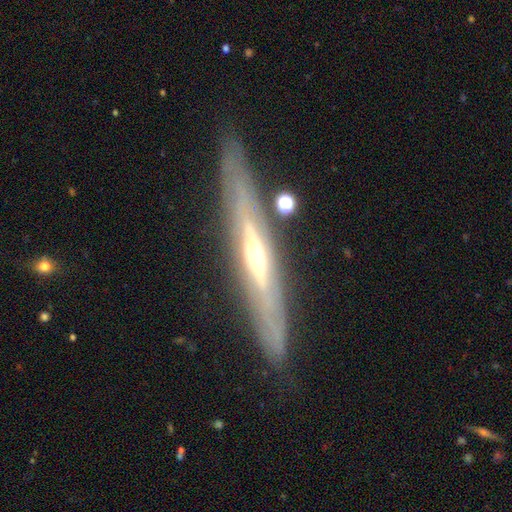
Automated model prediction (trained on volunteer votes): smooth-or-featured: featured or disk: 81% | smooth: 14% | star or artifact: 6%
  disk-edge-on: yes: 83% | no: 17%
    edge-on-bulge: rounded: 78% | none: 18% | boxy: 4%
  merging: none: 83% | minor disturbance: 11% | major disturbance: 3% | merger: 2%